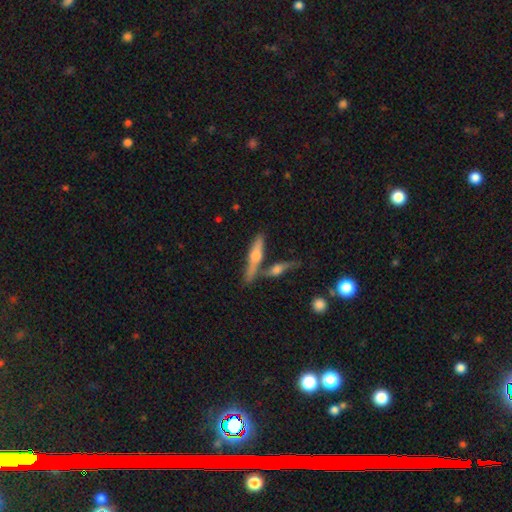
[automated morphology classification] Smooth or featured?
  - featured or disk: 58% *
  - smooth: 35%
  - star or artifact: 7%
Edge-on disk?
  - yes: 93% *
  - no: 7%
Edge-on bulge?
  - rounded: 88% *
  - none: 6%
  - boxy: 6%
Merging?
  - none: 59% *
  - merger: 26%
  - minor disturbance: 11%
  - major disturbance: 4%